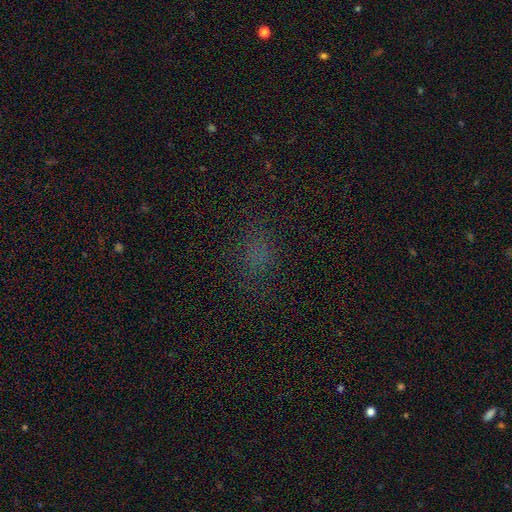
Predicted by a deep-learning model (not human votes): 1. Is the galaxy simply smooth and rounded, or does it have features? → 55% smooth, 36% star or artifact, 9% featured or disk.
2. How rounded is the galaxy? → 58% in between, 39% round, 4% cigar-shaped.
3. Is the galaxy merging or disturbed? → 77% none, 14% minor disturbance, 8% major disturbance, 2% merger.